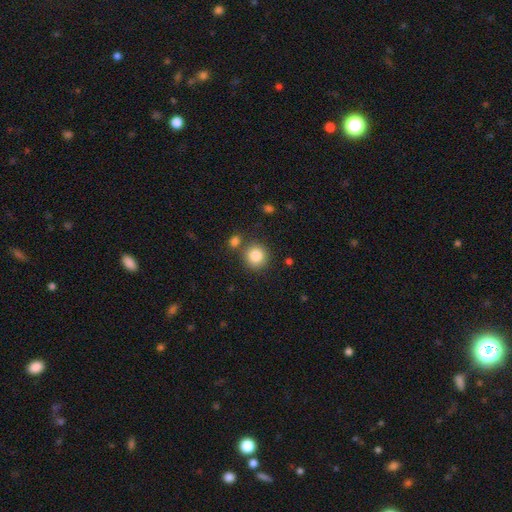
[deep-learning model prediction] smooth 85%, star or artifact 9%, featured or disk 6%. Down the decision tree: how rounded — round (91%); merging — none (77%).